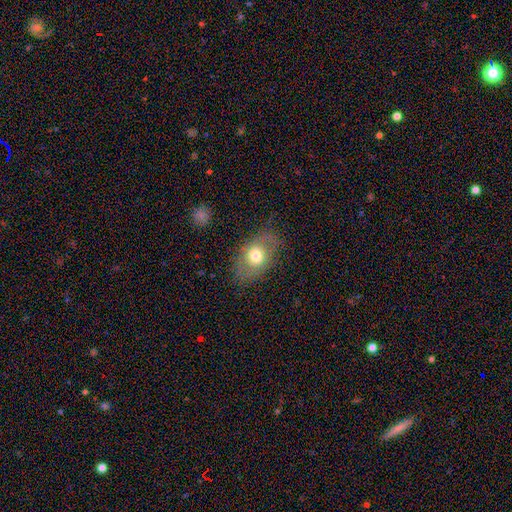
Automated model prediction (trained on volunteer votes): The model was most divided on "smooth or featured": smooth: 60%, featured or disk: 31%, star or artifact: 9%. More confident: how rounded — in between (75%); merging — none (74%).